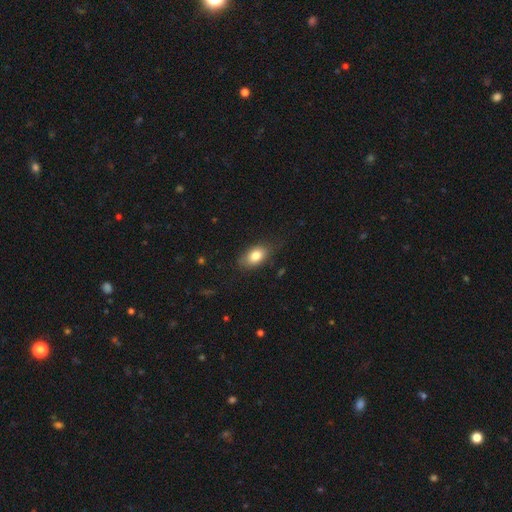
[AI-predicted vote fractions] Morphology: type=smooth (81%); roundness=in between (86%); merging=none (76%).